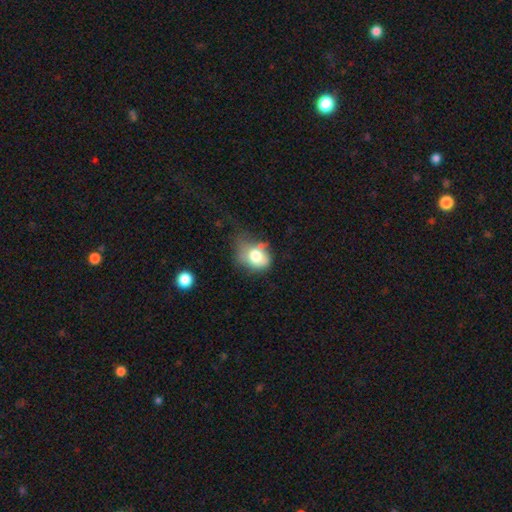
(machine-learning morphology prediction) A smooth galaxy with no disk features (72%) that is in between round and cigar-shaped (56%).

Vote fractions:
- Smooth or featured? smooth: 72% / featured or disk: 18% / star or artifact: 10%
- How rounded? in between: 56% / round: 43% / cigar-shaped: 1%
- Merging? minor disturbance: 34% / none: 28% / major disturbance: 27% / merger: 12%